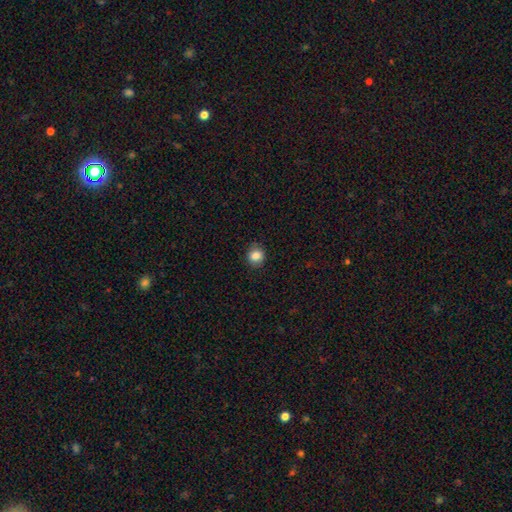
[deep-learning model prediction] smooth_or_featured: smooth (p=0.85) [alt: star or artifact p=0.10]
how_rounded: round (p=0.82) [alt: in between p=0.17]
merging: none (p=0.86) [alt: minor disturbance p=0.11]